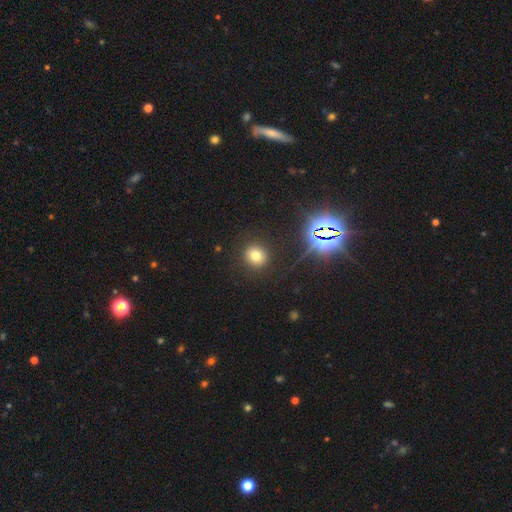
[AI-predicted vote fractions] This appears to be a smooth galaxy with no disk features (72%) that is round (88%). Merging: none (89%).